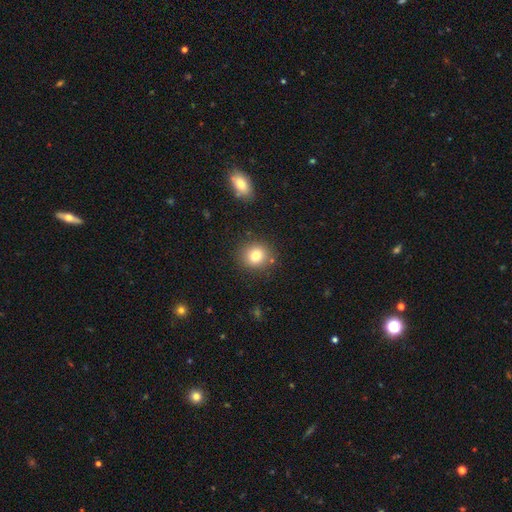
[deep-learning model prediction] Q: Smooth or featured?
A: smooth (79%); runner-up: star or artifact (12%)
Q: How rounded?
A: round (84%); runner-up: in between (15%)
Q: Merging?
A: none (85%); runner-up: minor disturbance (9%)